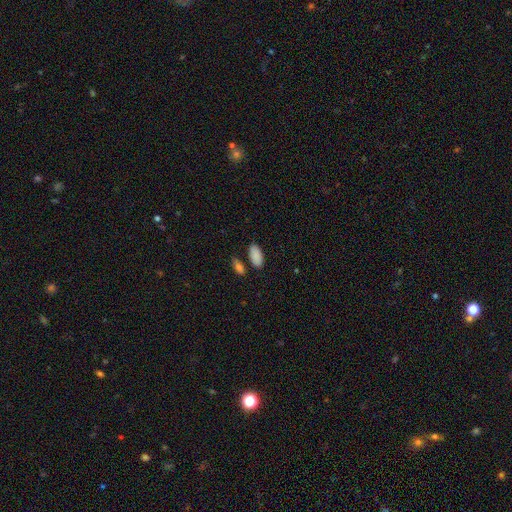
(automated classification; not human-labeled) The model was most divided on "merging": none: 76%, minor disturbance: 12%, merger: 9%, major disturbance: 3%. More confident: how rounded — in between (93%); smooth or featured — smooth (89%).